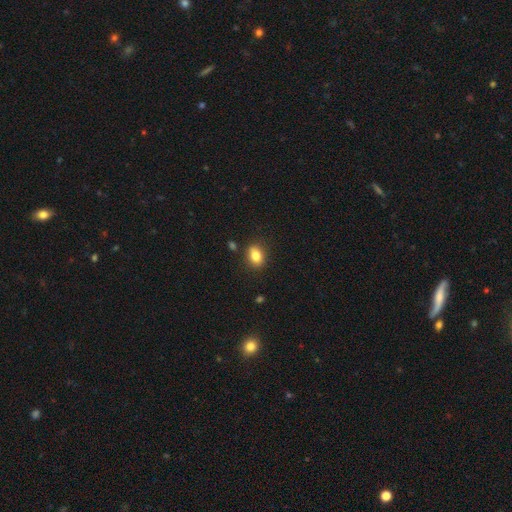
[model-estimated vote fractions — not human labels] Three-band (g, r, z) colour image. It shows a smooth galaxy with no disk features (83%) that is in between round and cigar-shaped (70%). Merging: none (84%).